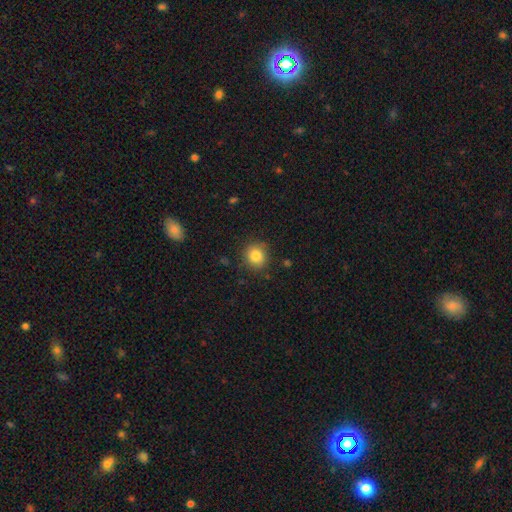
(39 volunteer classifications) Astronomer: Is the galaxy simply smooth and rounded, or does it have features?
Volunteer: smooth — 87%.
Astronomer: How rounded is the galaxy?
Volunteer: round — 97%.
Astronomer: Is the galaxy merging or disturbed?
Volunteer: none — 91%.